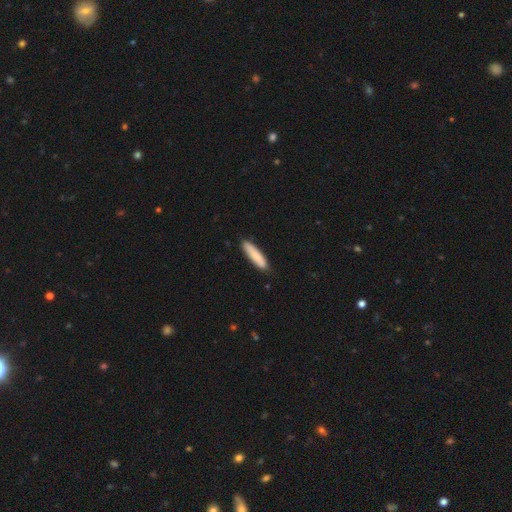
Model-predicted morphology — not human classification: Q: Smooth or featured?
A: smooth (84%); runner-up: featured or disk (10%)
Q: How rounded?
A: cigar-shaped (81%); runner-up: in between (18%)
Q: Merging?
A: none (83%); runner-up: minor disturbance (14%)